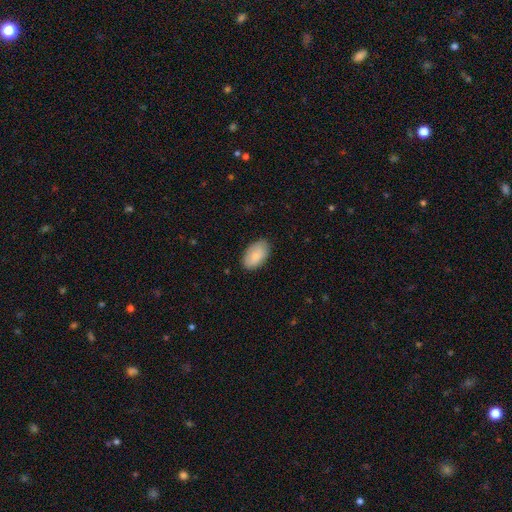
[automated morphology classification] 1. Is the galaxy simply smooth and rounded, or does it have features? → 85% smooth, 9% featured or disk, 6% star or artifact.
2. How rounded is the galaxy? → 94% in between, 5% round, 1% cigar-shaped.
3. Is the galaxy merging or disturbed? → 82% none, 14% minor disturbance, 2% major disturbance, 1% merger.